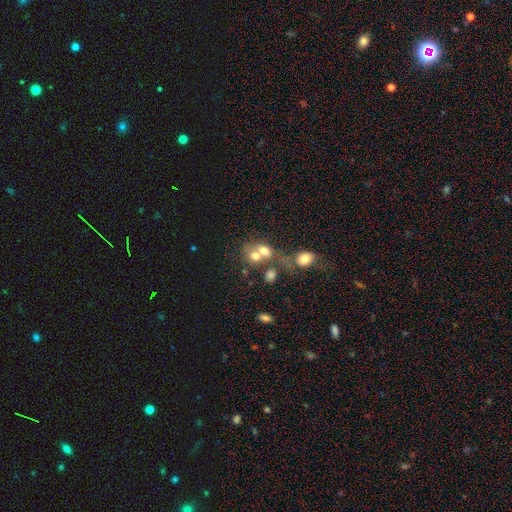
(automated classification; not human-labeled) This is likely a smooth galaxy (65%). How rounded: possibly round (57%). Merging: likely merger (62%).